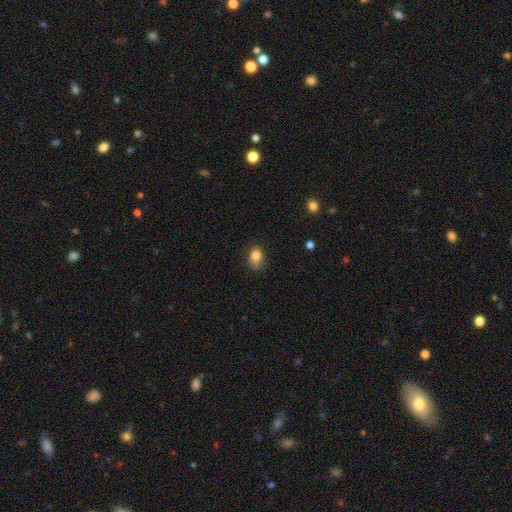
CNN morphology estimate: This appears to be a smooth galaxy with no disk features (80%) that is in between round and cigar-shaped (68%). Merging: none (56%).